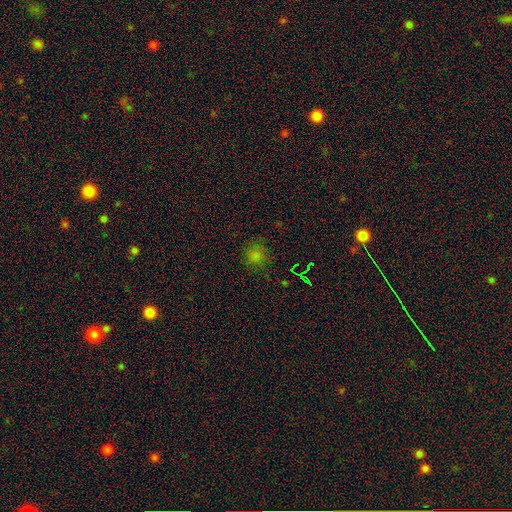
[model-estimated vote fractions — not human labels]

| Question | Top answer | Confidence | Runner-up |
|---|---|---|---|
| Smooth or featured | smooth | 70% | star or artifact (25%) |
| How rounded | round | 87% | in between (12%) |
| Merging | none | 82% | minor disturbance (13%) |